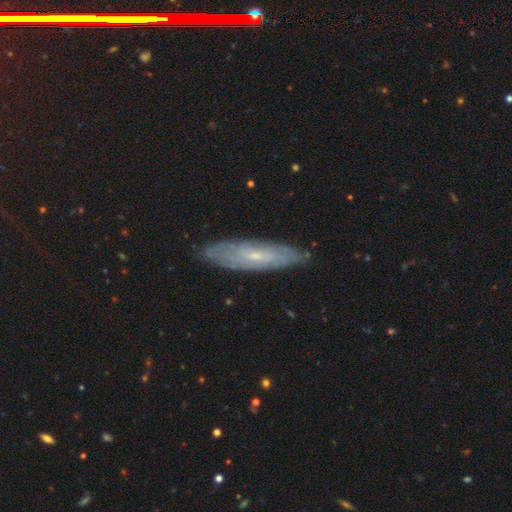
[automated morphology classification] Smooth or featured: featured or disk — 67% (smooth — 27%)
Edge-on disk: no — 66% (yes — 34%)
Merging: none — 83% (minor disturbance — 13%)